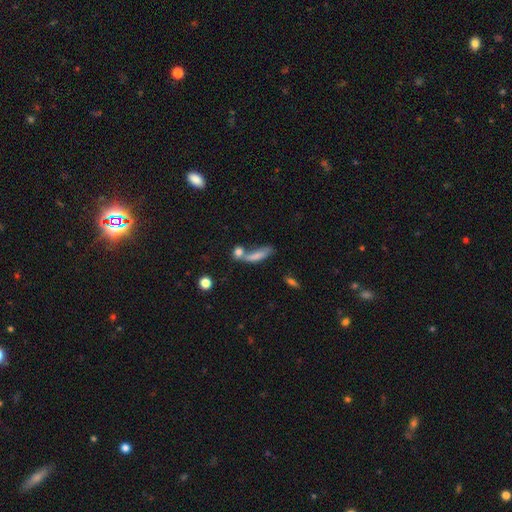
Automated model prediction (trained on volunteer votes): A smooth galaxy with no disk features (72%) that is cigar-shaped (54%). Merging: merger (40%).